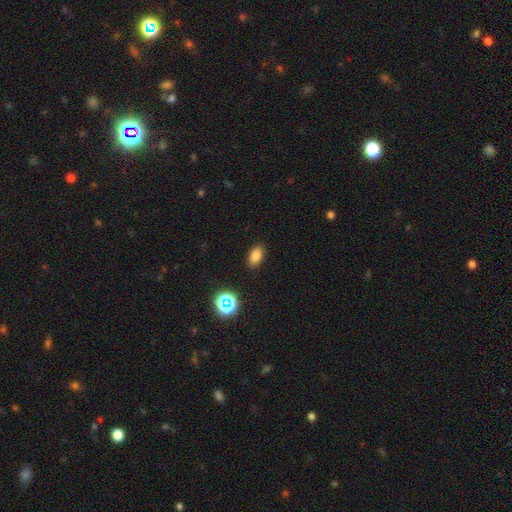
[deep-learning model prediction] Smooth or featured? Predicted: smooth (p=0.81). How rounded? Predicted: in between (p=0.88). Merging? Predicted: none (p=0.88).